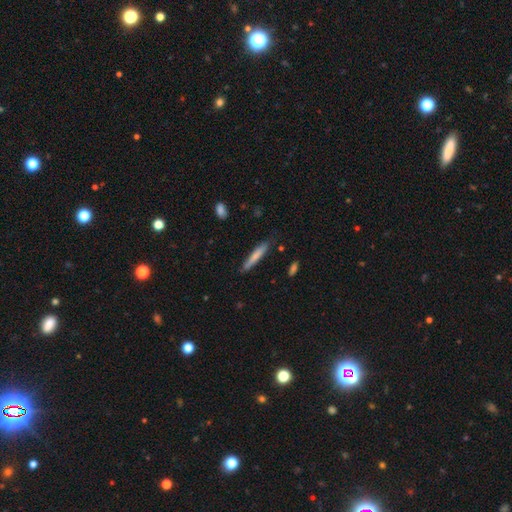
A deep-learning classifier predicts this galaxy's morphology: This appears to be a smooth galaxy with no disk features (72%) that is cigar-shaped (93%). Merging: none (81%).